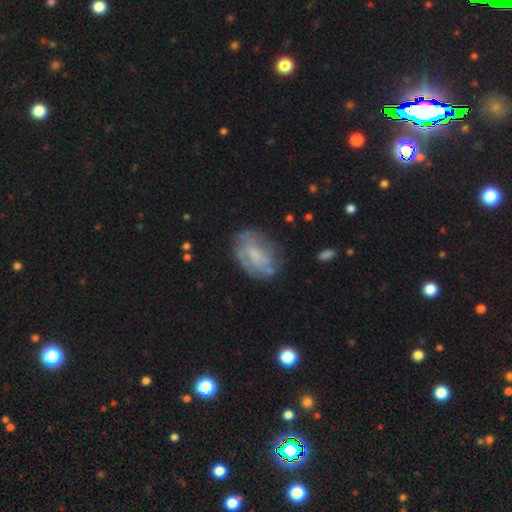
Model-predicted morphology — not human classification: smooth-or-featured: featured or disk: 57% | smooth: 34% | star or artifact: 8%
  disk-edge-on: no: 96% | yes: 4%
    bar: no: 60% | weak: 33% | strong: 7%
    has-spiral-arms: yes: 59% | no: 41%
    bulge-size: small: 37% | moderate: 30% | none: 28% | large: 4% | dominant: 1%
  merging: none: 66% | minor disturbance: 21% | major disturbance: 10% | merger: 3%